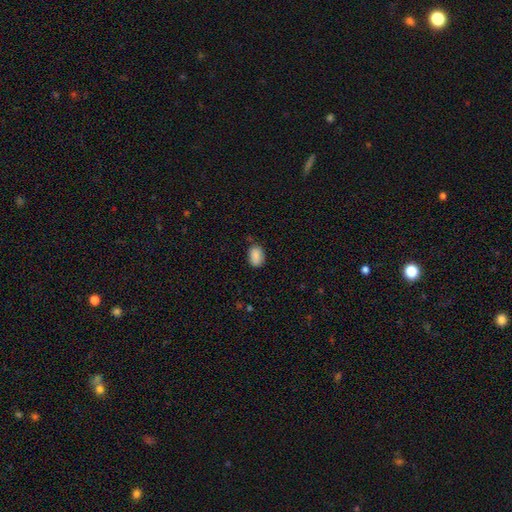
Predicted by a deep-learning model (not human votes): The model was most divided on "merging": none: 75%, minor disturbance: 20%, major disturbance: 3%, merger: 2%. More confident: smooth or featured — smooth (88%); how rounded — in between (82%).